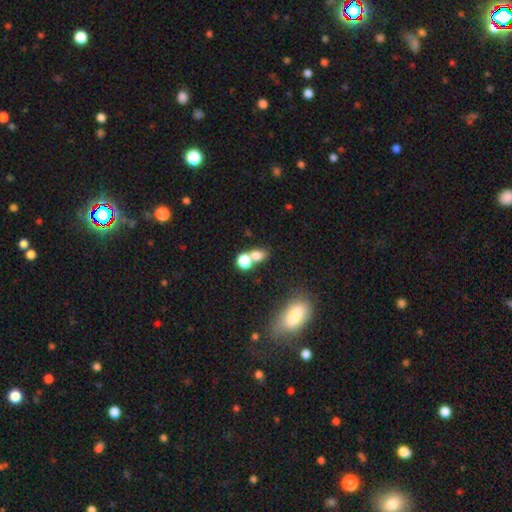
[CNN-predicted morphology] A smooth galaxy with no disk features (72%) that is in between round and cigar-shaped (52%). Merging: merger (43%, tied with none).